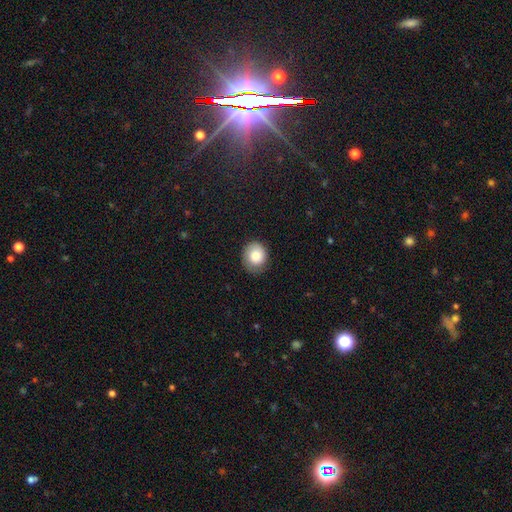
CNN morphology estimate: A smooth galaxy with no disk features (78%) that is round (75%).

Vote fractions:
- Smooth or featured? smooth: 78% / featured or disk: 14% / star or artifact: 8%
- How rounded? round: 75% / in between: 24% / cigar-shaped: 1%
- Merging? none: 75% / minor disturbance: 19% / major disturbance: 5% / merger: 1%